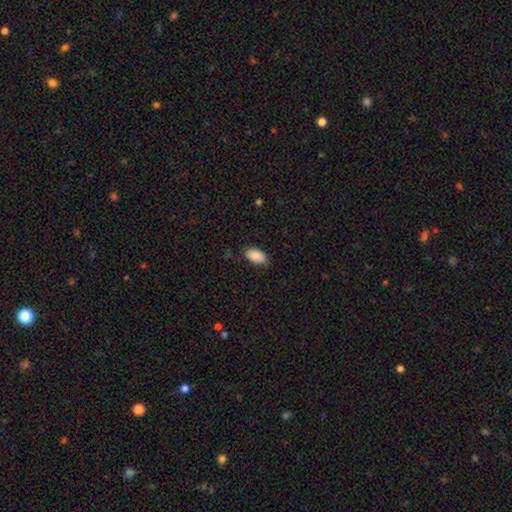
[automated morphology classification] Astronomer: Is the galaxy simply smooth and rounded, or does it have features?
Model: smooth — 88%.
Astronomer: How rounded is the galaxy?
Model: in between — 95%.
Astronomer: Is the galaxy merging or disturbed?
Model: none — 80%.